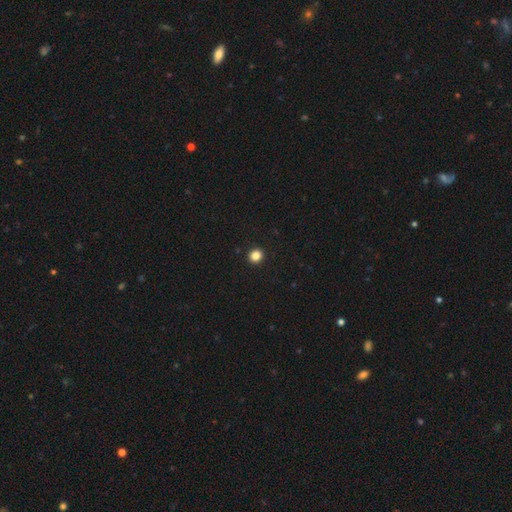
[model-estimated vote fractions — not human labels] Q: Smooth or featured?
A: smooth (85%); runner-up: star or artifact (12%)
Q: How rounded?
A: round (90%); runner-up: in between (9%)
Q: Merging?
A: none (94%); runner-up: minor disturbance (4%)